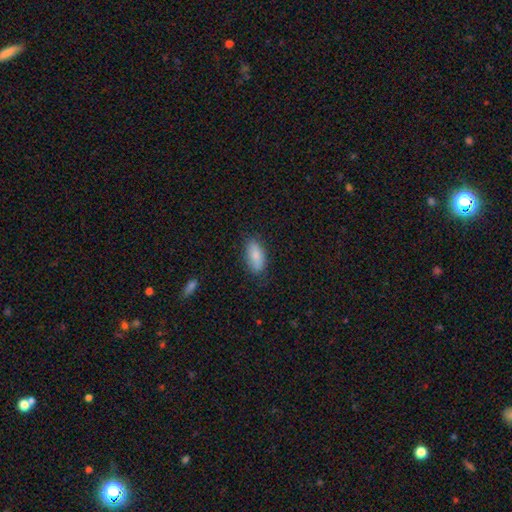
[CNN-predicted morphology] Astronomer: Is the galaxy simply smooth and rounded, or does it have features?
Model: smooth — 83%.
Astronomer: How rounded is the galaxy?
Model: in between — 88%.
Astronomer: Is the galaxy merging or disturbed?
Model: none — 80%.